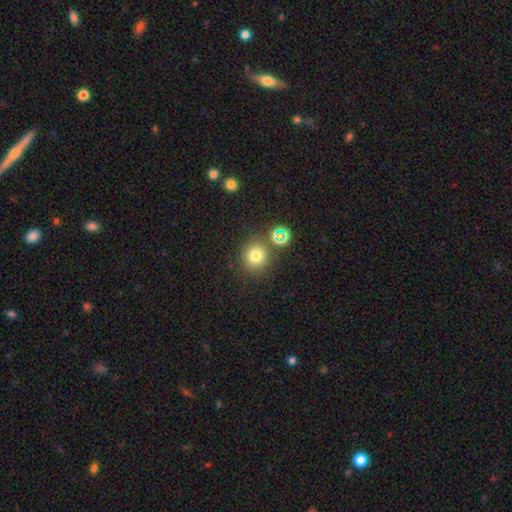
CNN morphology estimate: The model was most divided on "smooth or featured": smooth: 74%, star or artifact: 18%, featured or disk: 7%. More confident: how rounded — round (90%); merging — none (81%).